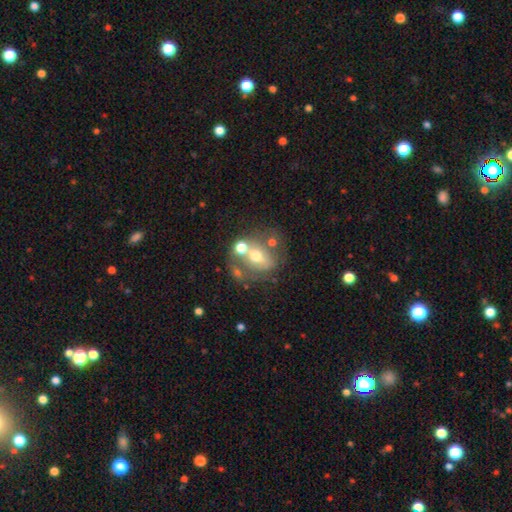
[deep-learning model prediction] The model was most divided on "smooth or featured": featured or disk: 46%, smooth: 42%, star or artifact: 13%. Remaining: merging — none (43%).